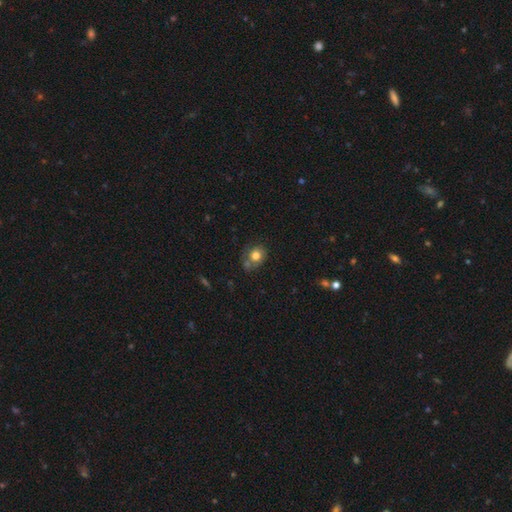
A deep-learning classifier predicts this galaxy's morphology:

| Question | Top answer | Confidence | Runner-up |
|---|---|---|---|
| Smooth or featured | smooth | 76% | featured or disk (14%) |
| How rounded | round | 66% | in between (33%) |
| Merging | none | 58% | minor disturbance (21%) |